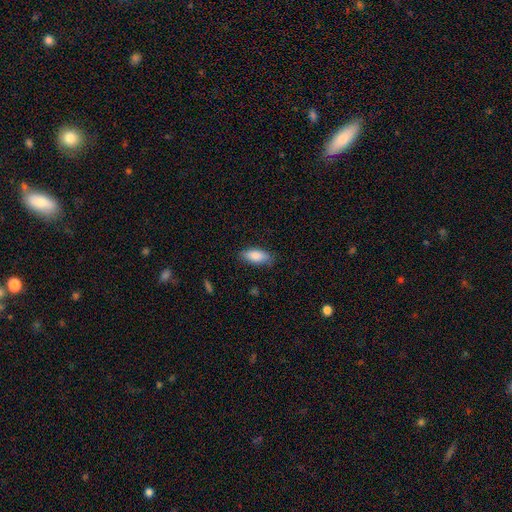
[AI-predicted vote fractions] Smooth or featured? smooth (86%)
How rounded? in between (83%)
Merging? none (82%)